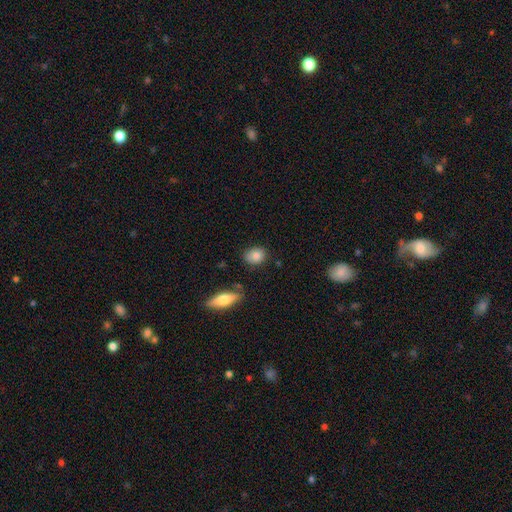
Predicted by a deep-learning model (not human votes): Q: Smooth or featured?
A: smooth (84%); runner-up: star or artifact (8%)
Q: How rounded?
A: in between (49%); runner-up: round (48%)
Q: Merging?
A: none (77%); runner-up: minor disturbance (17%)